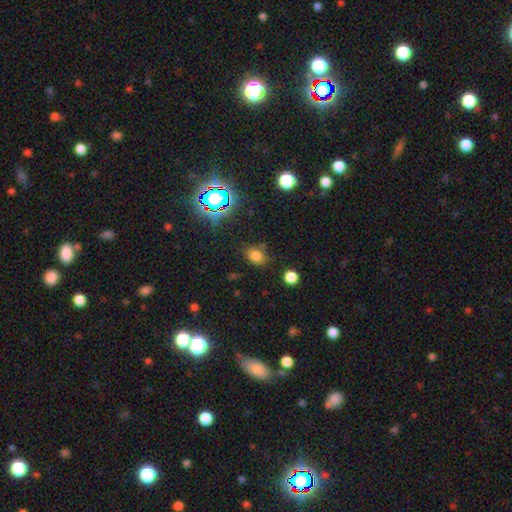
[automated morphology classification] This is likely a smooth galaxy (72%). How rounded: likely in between (64%). Merging: likely none (77%).